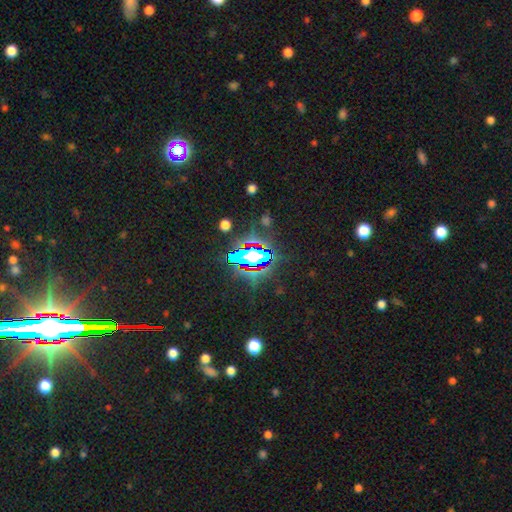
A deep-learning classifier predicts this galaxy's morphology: This appears to be a star or artifact, not a galaxy (67%).